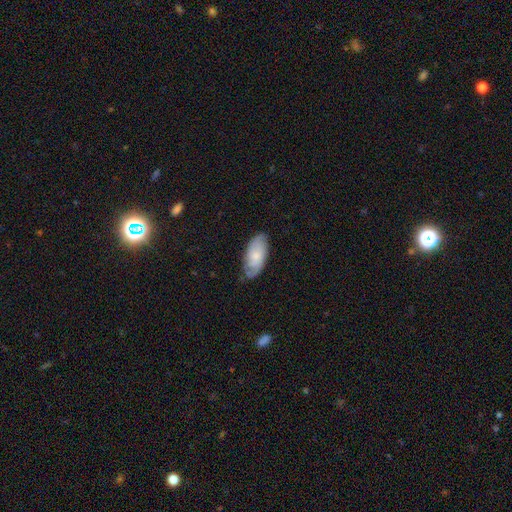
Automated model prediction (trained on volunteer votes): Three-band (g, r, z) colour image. It shows a smooth galaxy with no disk features (49%). Merging: none (69%).